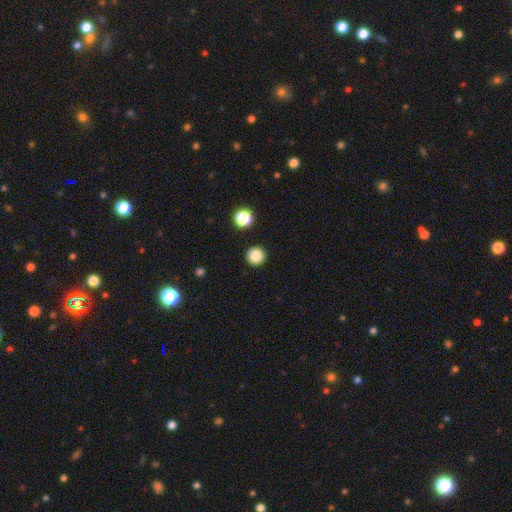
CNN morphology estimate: type=smooth (86%); roundness=round (96%); merging=none (92%).